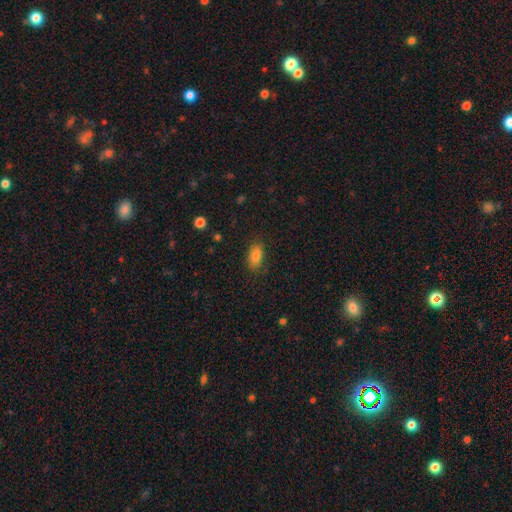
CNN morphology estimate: A smooth galaxy with no disk features (83%) that is in between round and cigar-shaped (89%). Merging: none (83%).